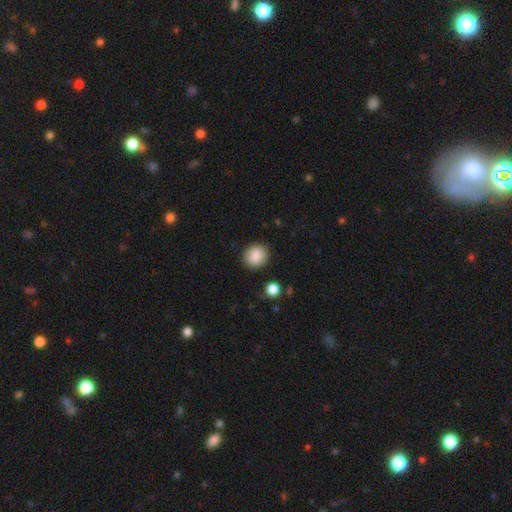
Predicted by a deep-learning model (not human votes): smooth-or-featured: smooth: 88% | star or artifact: 8% | featured or disk: 3%
  how-rounded: round: 84% | in between: 15% | cigar-shaped: 1%
  merging: none: 89% | minor disturbance: 7% | major disturbance: 2% | merger: 1%